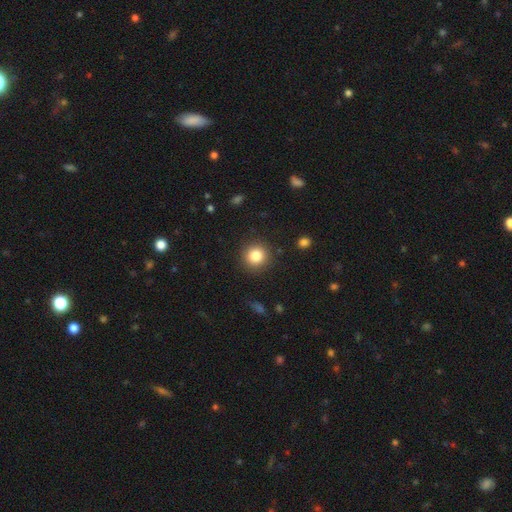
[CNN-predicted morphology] smooth_or_featured: smooth (p=0.84) [alt: star or artifact p=0.10]
how_rounded: round (p=0.93) [alt: in between p=0.06]
merging: none (p=0.89) [alt: minor disturbance p=0.07]